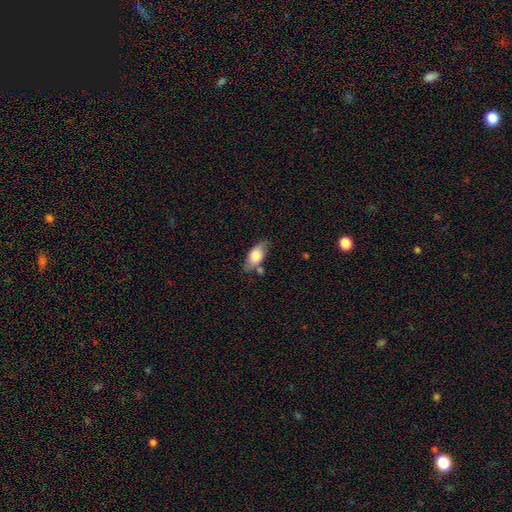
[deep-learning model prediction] smooth-or-featured: smooth: 70% | featured or disk: 23% | star or artifact: 7%
  how-rounded: in between: 85% | cigar-shaped: 10% | round: 6%
  merging: none: 60% | minor disturbance: 23% | merger: 10% | major disturbance: 7%